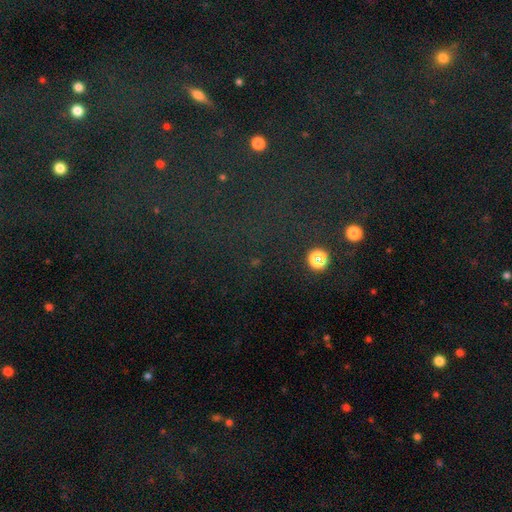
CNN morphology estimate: Smooth or featured: star or artifact — 74% (smooth — 15%)